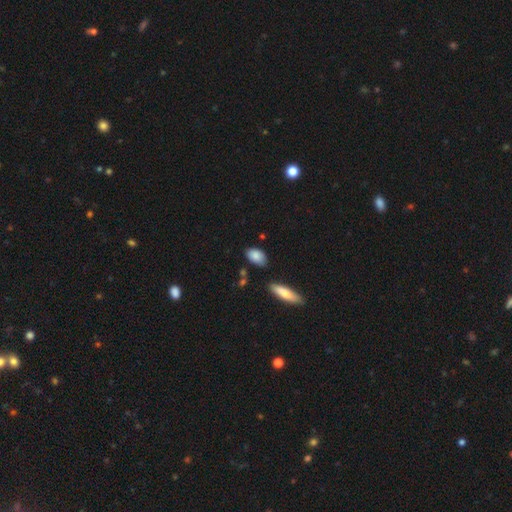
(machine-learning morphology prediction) Smooth or featured? Predicted: smooth (p=0.85). How rounded? Predicted: in between (p=0.89). Merging? Predicted: none (p=0.72).